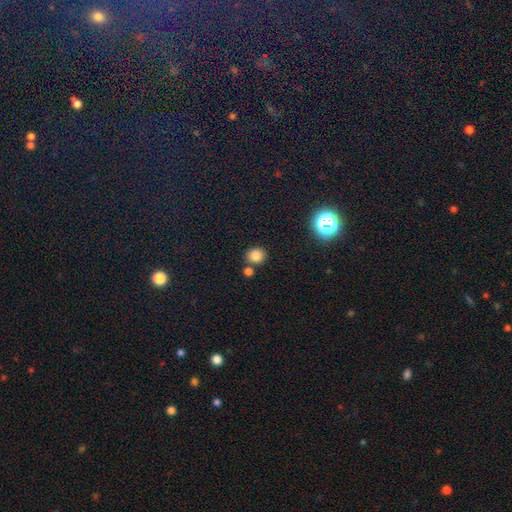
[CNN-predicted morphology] A smooth galaxy with no disk features (82%) that is round (79%).

Vote fractions:
- Smooth or featured? smooth: 82% / star or artifact: 13% / featured or disk: 5%
- How rounded? round: 79% / in between: 20% / cigar-shaped: 1%
- Merging? none: 73% / merger: 16% / minor disturbance: 9% / major disturbance: 3%